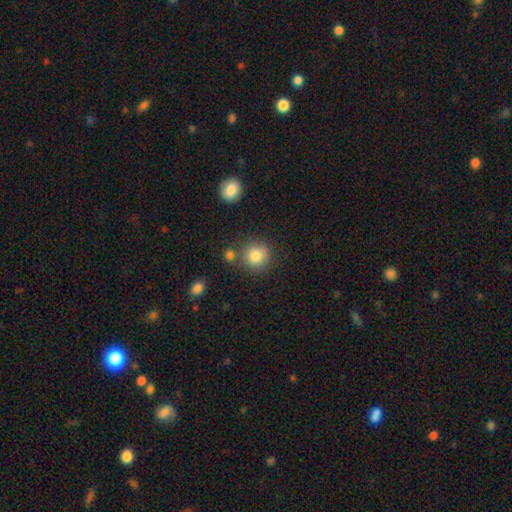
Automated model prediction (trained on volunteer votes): A smooth galaxy with no disk features (83%) that is round (91%).

Vote fractions:
- Smooth or featured? smooth: 83% / star or artifact: 10% / featured or disk: 7%
- How rounded? round: 91% / in between: 8% / cigar-shaped: 1%
- Merging? none: 74% / merger: 12% / minor disturbance: 11% / major disturbance: 4%